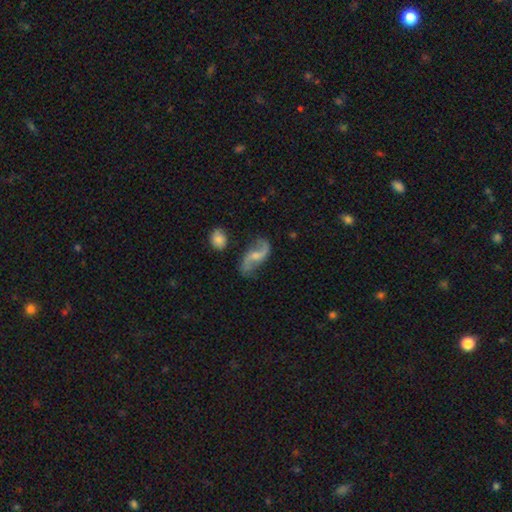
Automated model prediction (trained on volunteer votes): This is clearly a featured or disk galaxy (87%). It is clearly not viewed edge-on (97%). Bar: marginally no (44%). Spiral arm pattern: clearly yes (96%). Spiral arm count: clearly 2 (93%). Spiral winding: likely loose (79%). Central bulge: possibly small (50%). Merging: likely none (76%).